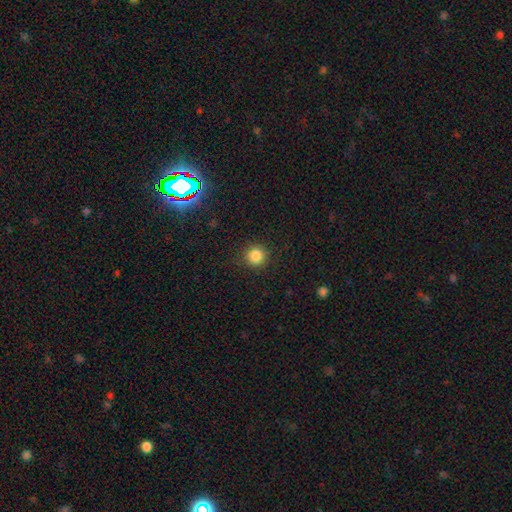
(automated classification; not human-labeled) smooth-or-featured: smooth: 85% | star or artifact: 11% | featured or disk: 4%
  how-rounded: round: 94% | in between: 5% | cigar-shaped: 1%
  merging: none: 90% | minor disturbance: 7% | major disturbance: 2% | merger: 1%